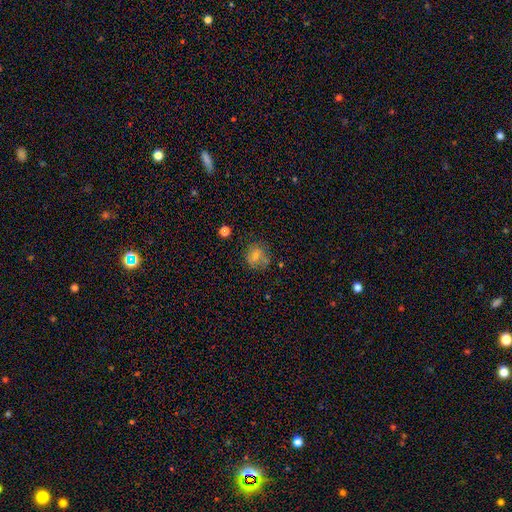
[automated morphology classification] A smooth galaxy with no disk features (51%) that is round (78%).

Vote fractions:
- Smooth or featured? smooth: 51% / featured or disk: 26% / star or artifact: 23%
- How rounded? round: 78% / in between: 20% / cigar-shaped: 1%
- Merging? none: 70% / minor disturbance: 18% / major disturbance: 7% / merger: 6%